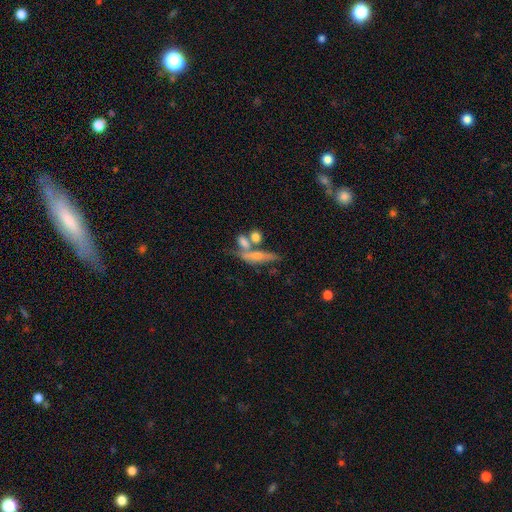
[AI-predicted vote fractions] Q: Smooth or featured?
A: smooth (46%); runner-up: featured or disk (43%)
Q: Merging?
A: none (39%); runner-up: merger (37%)